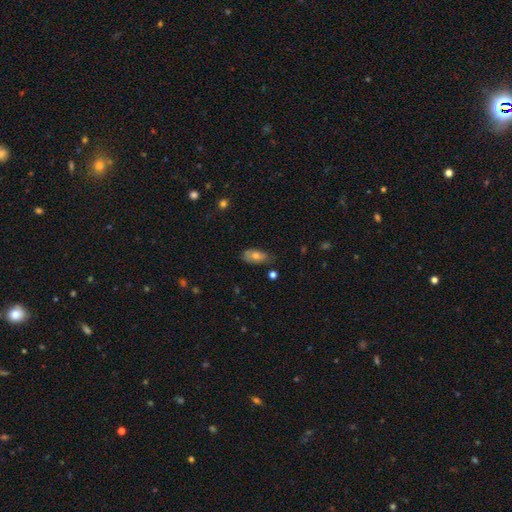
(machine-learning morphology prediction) smooth_or_featured: smooth (p=0.65) [alt: featured or disk p=0.25]
how_rounded: in between (p=0.86) [alt: cigar-shaped p=0.09]
merging: none (p=0.66) [alt: minor disturbance p=0.25]